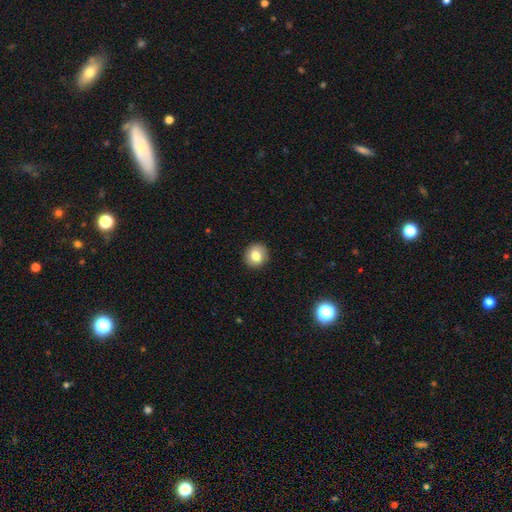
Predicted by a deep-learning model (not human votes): smooth 79%, featured or disk 12%, star or artifact 9%. Down the decision tree: how rounded — round (91%); merging — none (90%).